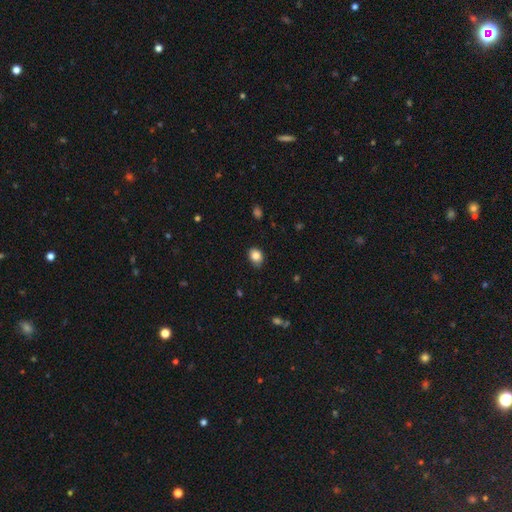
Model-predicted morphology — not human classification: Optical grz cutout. It shows a smooth galaxy with no disk features (85%) that is in between round and cigar-shaped (54%). Merging: none (78%).